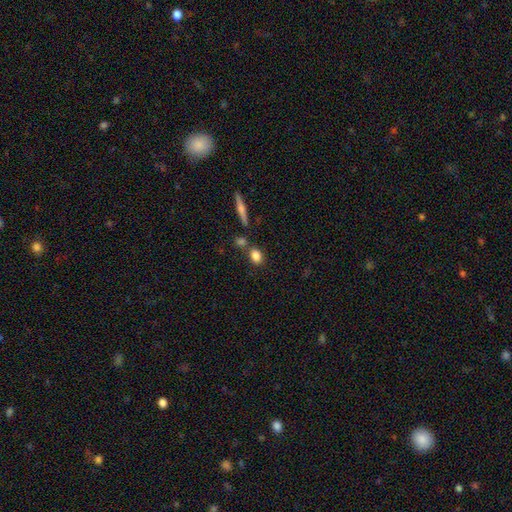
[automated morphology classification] Smooth or featured? smooth (82%)
How rounded? in between (67%)
Merging? none (65%)